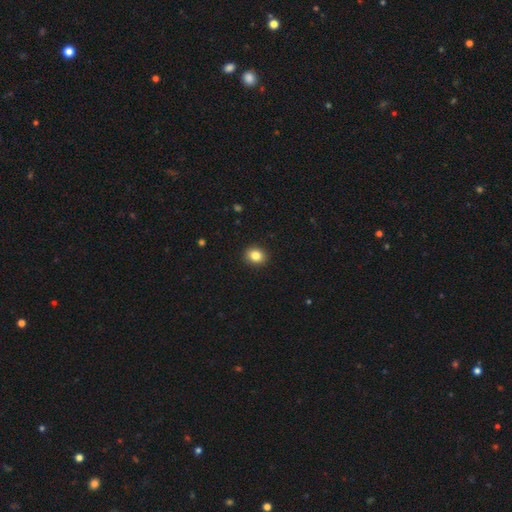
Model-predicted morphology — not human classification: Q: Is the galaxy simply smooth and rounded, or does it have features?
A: smooth — 84%.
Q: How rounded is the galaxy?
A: round — 64%.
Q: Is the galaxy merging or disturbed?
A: none — 91%.